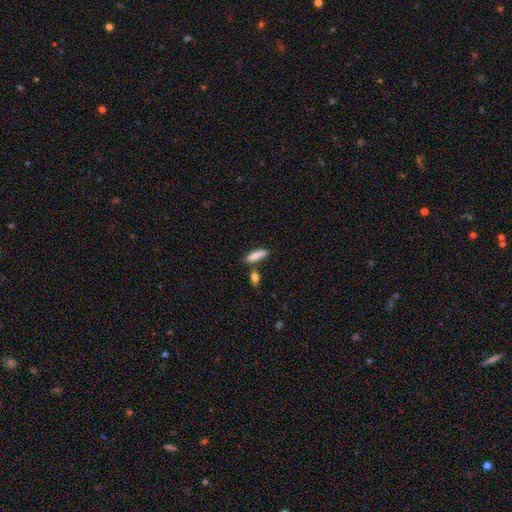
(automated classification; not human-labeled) Smooth or featured? Predicted: smooth (p=0.84). How rounded? Predicted: cigar-shaped (p=0.54). Merging? Predicted: none (p=0.70).